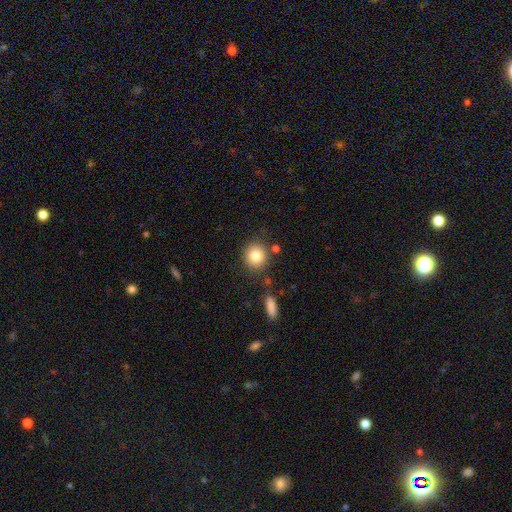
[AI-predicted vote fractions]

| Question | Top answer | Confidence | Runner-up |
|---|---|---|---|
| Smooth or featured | smooth | 82% | star or artifact (9%) |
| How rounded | round | 88% | in between (11%) |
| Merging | none | 81% | minor disturbance (10%) |